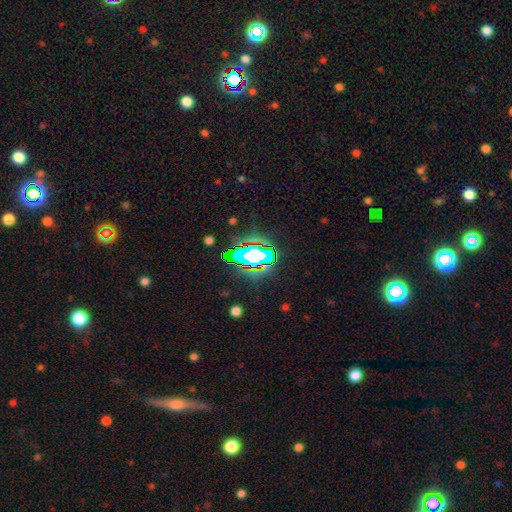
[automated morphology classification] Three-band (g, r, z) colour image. It shows a star or artifact, not a galaxy (59%).